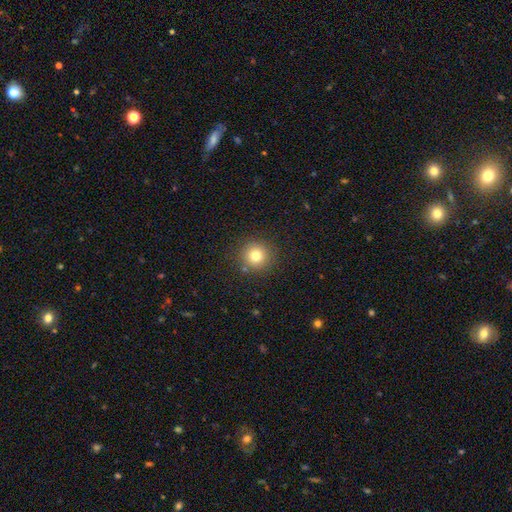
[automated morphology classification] This appears to be a smooth galaxy with no disk features (78%) that is round (94%). Merging: none (87%).